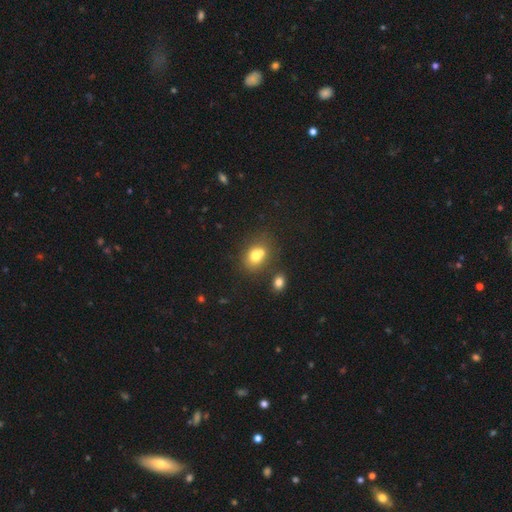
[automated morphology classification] Smooth or featured? smooth (71%)
How rounded? round (55%)
Merging? merger (49%)